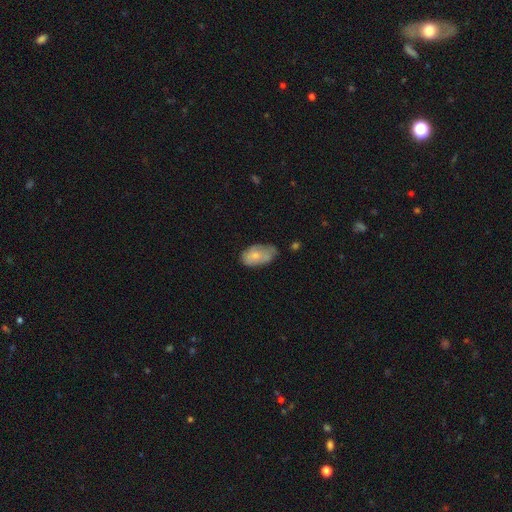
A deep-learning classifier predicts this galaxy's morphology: smooth-or-featured: smooth: 68% | featured or disk: 25% | star or artifact: 7%
  how-rounded: in between: 93% | round: 5% | cigar-shaped: 2%
  merging: none: 43% | minor disturbance: 41% | major disturbance: 12% | merger: 4%